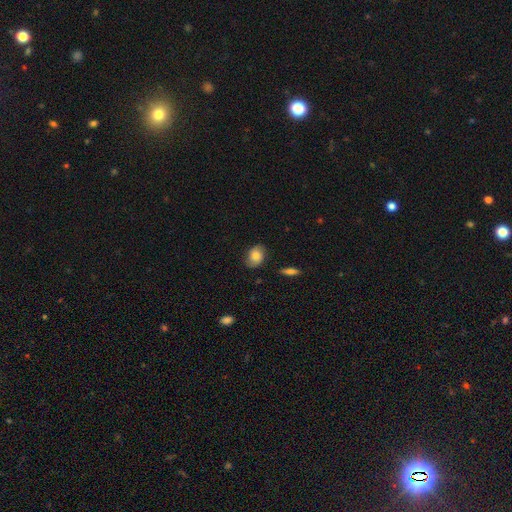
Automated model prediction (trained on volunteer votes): This is likely a smooth galaxy (72%). How rounded: likely in between (65%). Merging: likely none (77%).